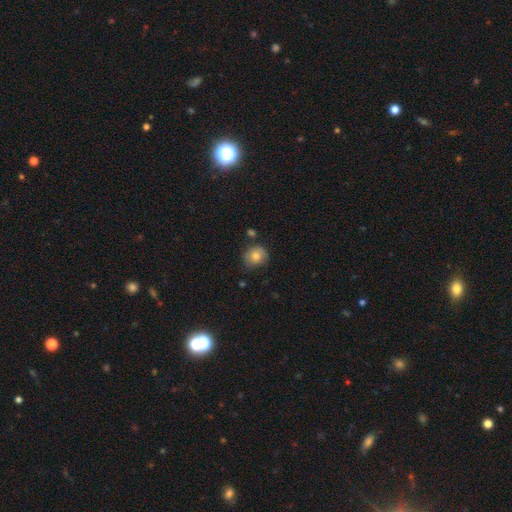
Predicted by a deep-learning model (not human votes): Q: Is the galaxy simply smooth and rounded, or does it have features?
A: smooth — 73%.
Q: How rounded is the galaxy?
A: round — 74%.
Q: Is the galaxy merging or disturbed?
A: none — 70%.